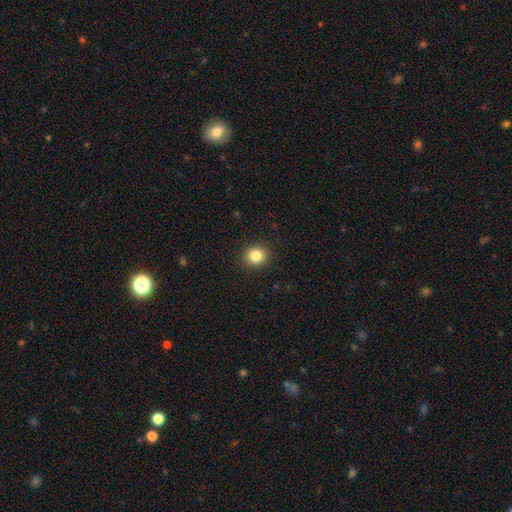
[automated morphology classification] Q: Smooth or featured?
A: smooth (84%); runner-up: star or artifact (10%)
Q: How rounded?
A: round (83%); runner-up: in between (16%)
Q: Merging?
A: none (91%); runner-up: minor disturbance (6%)